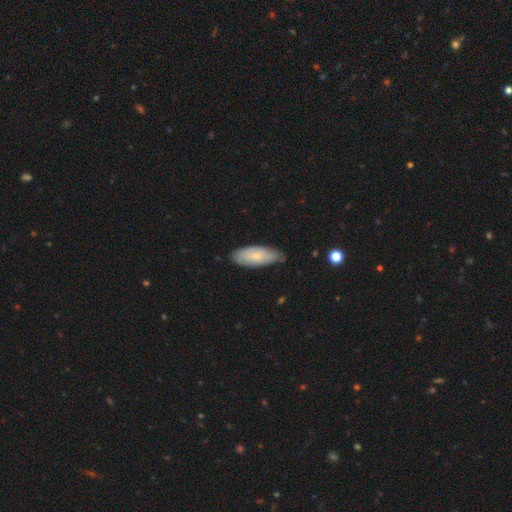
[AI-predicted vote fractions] Morphology: type=smooth (69%); roundness=in between (77%); merging=none (72%).